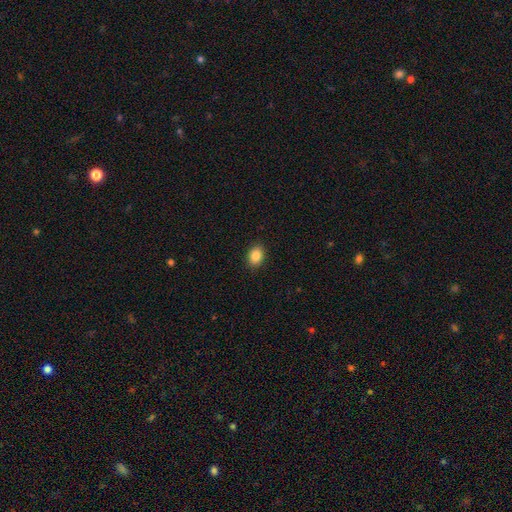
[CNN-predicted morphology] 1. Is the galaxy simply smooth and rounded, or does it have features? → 87% smooth, 9% star or artifact, 5% featured or disk.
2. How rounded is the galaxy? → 73% in between, 26% round, 1% cigar-shaped.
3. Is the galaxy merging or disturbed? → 90% none, 7% minor disturbance, 2% major disturbance, 1% merger.